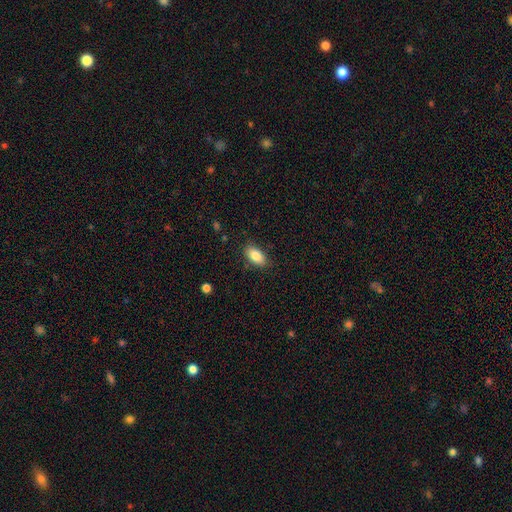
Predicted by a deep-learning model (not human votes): Overall: smooth (85%). How rounded: in between (92%). Merging: none (85%).